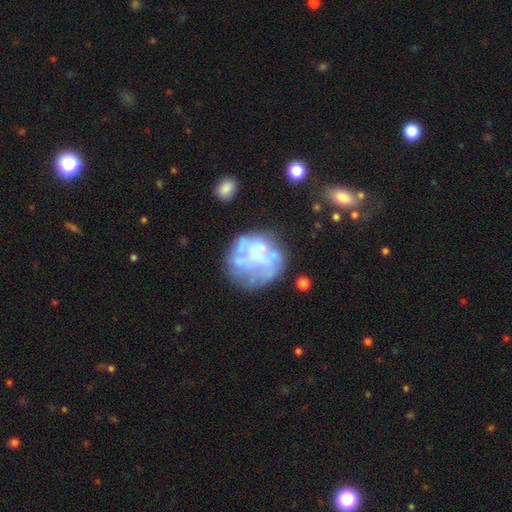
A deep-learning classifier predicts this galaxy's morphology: Q: Smooth or featured?
A: featured or disk (63%); runner-up: smooth (26%)
Q: Edge-on disk?
A: no (98%); runner-up: yes (2%)
Q: Bar?
A: no (82%); runner-up: weak (13%)
Q: Spiral arms?
A: no (83%); runner-up: yes (17%)
Q: Bulge size?
A: none (48%); runner-up: moderate (25%)
Q: Merging?
A: none (52%); runner-up: major disturbance (19%)